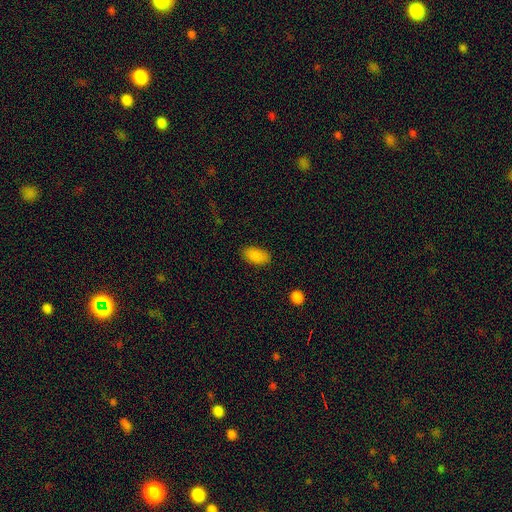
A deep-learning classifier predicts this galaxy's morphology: Smooth or featured? smooth (88%)
How rounded? in between (94%)
Merging? none (86%)